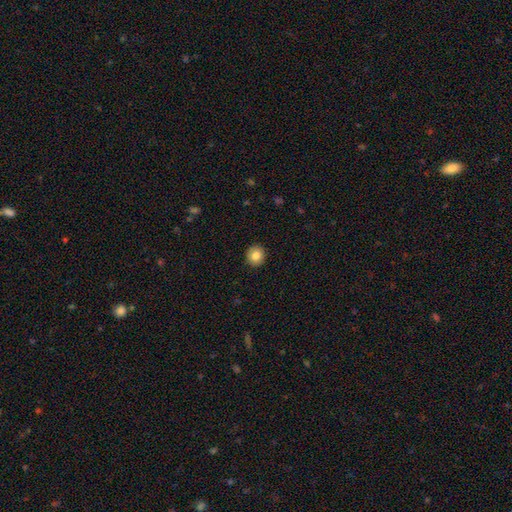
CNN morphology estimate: A smooth galaxy with no disk features (83%) that is round (90%).

Vote fractions:
- Smooth or featured? smooth: 83% / star or artifact: 9% / featured or disk: 8%
- How rounded? round: 90% / in between: 9% / cigar-shaped: 1%
- Merging? none: 92% / minor disturbance: 5% / major disturbance: 2% / merger: 1%